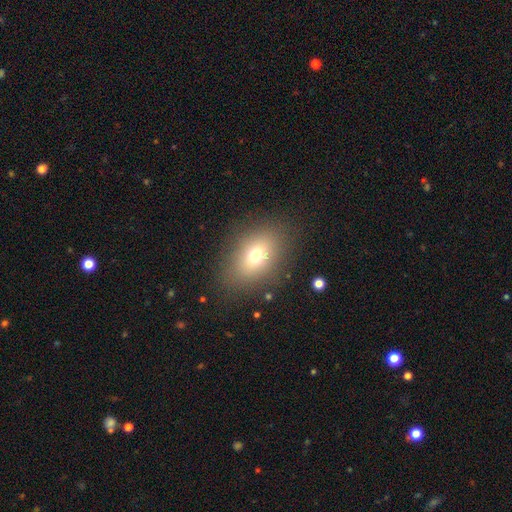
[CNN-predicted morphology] type=smooth (70%); roundness=in between (76%); merging=none (83%).